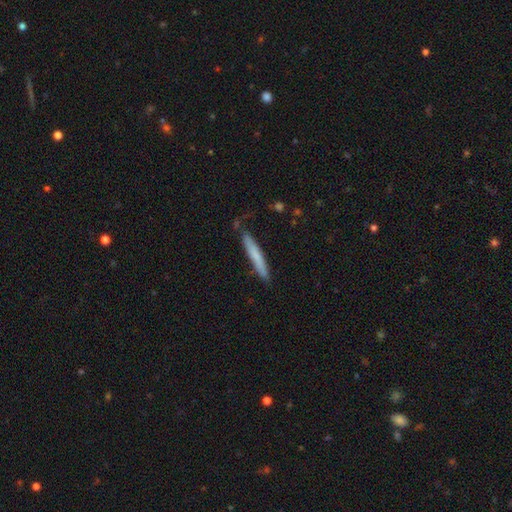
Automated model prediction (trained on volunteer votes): Q: Smooth or featured?
A: smooth (68%); runner-up: featured or disk (26%)
Q: How rounded?
A: cigar-shaped (95%); runner-up: in between (3%)
Q: Merging?
A: none (78%); runner-up: minor disturbance (16%)